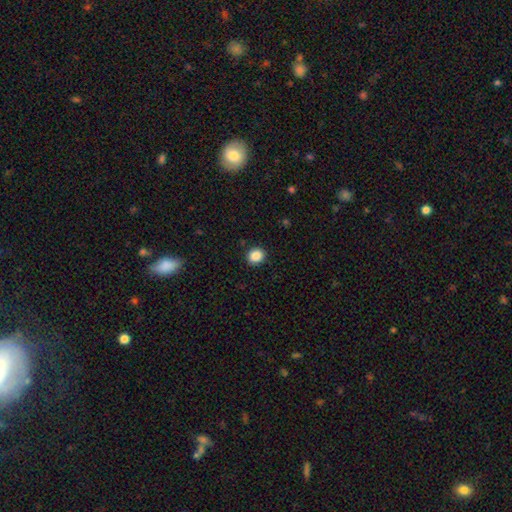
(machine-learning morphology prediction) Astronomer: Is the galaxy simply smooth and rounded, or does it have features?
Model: smooth — 87%.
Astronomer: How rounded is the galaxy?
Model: round — 78%.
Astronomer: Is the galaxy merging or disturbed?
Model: none — 92%.